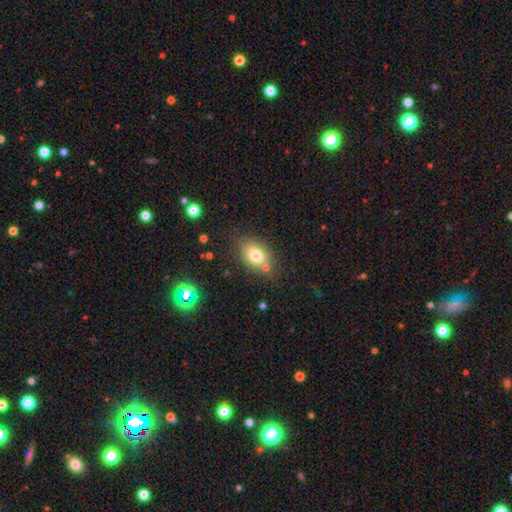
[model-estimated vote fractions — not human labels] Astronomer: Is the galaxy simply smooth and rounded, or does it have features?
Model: smooth — 75%.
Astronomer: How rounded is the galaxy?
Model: in between — 77%.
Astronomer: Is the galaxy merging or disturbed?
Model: none — 70%.